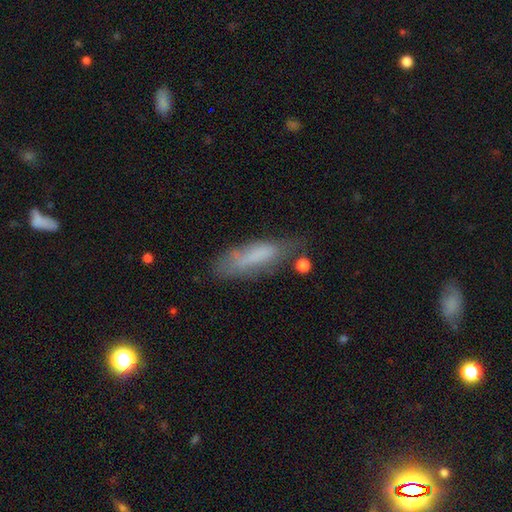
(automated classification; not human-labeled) Overall: smooth (69%). How rounded: cigar-shaped (56%; in between 42%). Merging: none (55%; minor disturbance 28%).